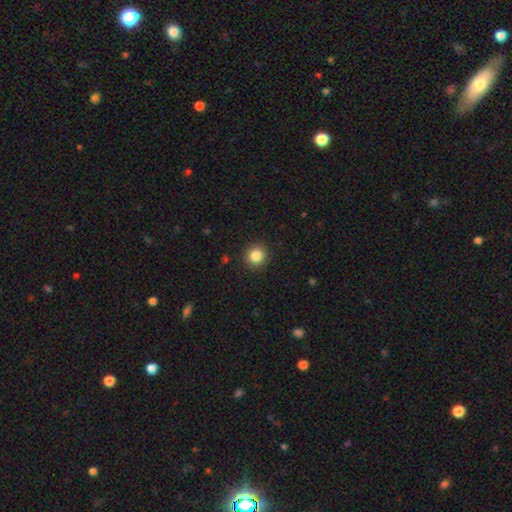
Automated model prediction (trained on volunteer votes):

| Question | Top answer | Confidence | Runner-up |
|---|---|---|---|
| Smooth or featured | smooth | 85% | star or artifact (10%) |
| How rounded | round | 93% | in between (6%) |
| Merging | none | 92% | minor disturbance (5%) |